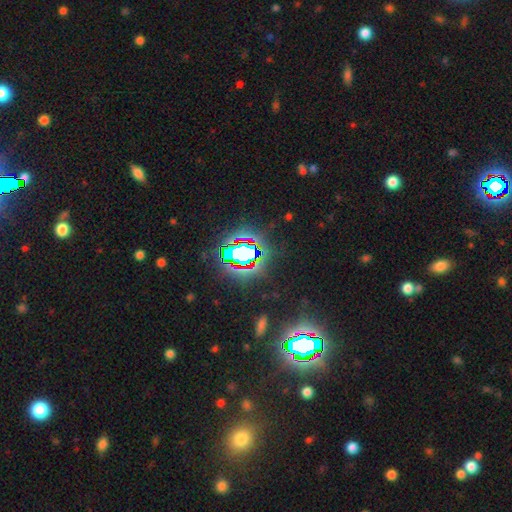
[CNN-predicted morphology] This appears to be a star or artifact, not a galaxy (70%).